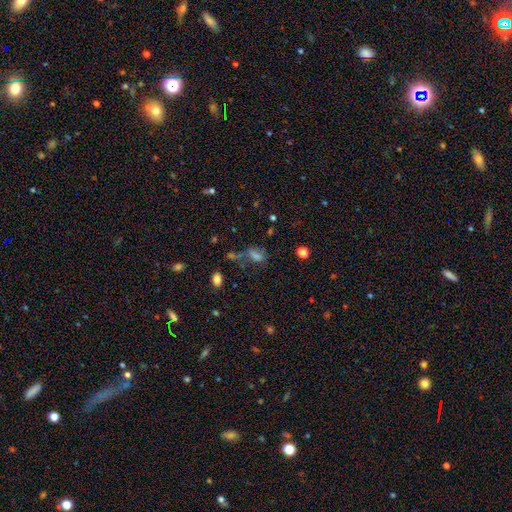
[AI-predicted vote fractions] Smooth or featured? smooth (49%)
Merging? none (43%)